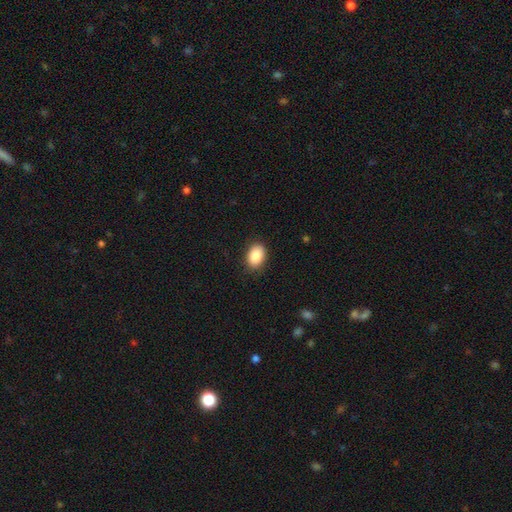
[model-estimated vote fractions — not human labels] This is clearly a smooth galaxy (89%). How rounded: clearly in between (85%). Merging: clearly none (87%).